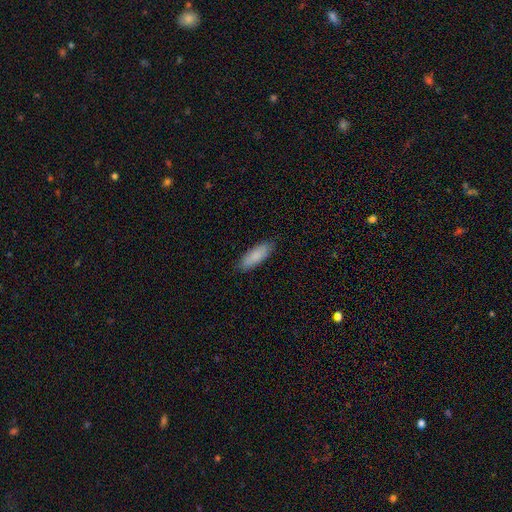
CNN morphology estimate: This appears to be a smooth galaxy with no disk features (86%) that is in between round and cigar-shaped (59%). Merging: none (87%).